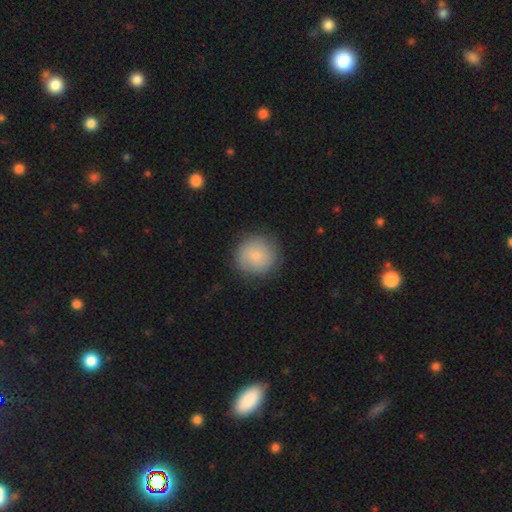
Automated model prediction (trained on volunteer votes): Overall: smooth (73%). How rounded: round (93%). Merging: none (83%).